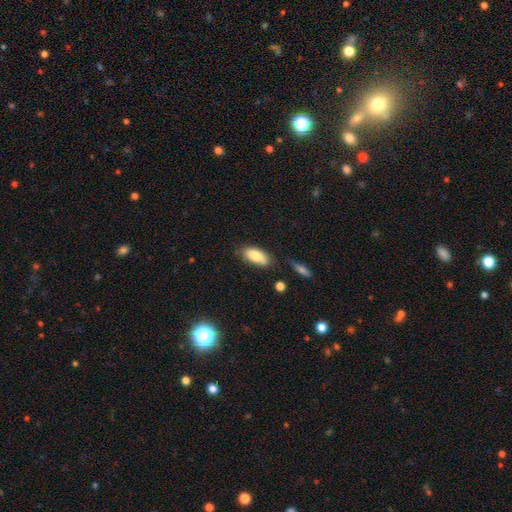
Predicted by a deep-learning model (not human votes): Q: Smooth or featured?
A: smooth (83%); runner-up: featured or disk (10%)
Q: How rounded?
A: in between (86%); runner-up: cigar-shaped (12%)
Q: Merging?
A: none (69%); runner-up: minor disturbance (21%)